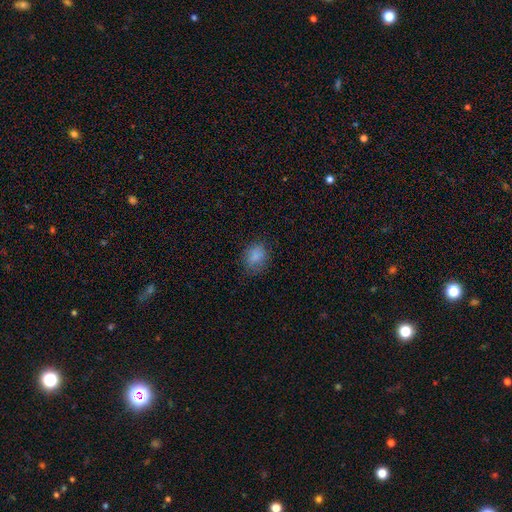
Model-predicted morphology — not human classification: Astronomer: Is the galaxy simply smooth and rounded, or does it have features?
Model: smooth — 82%.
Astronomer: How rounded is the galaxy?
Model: in between — 56% (runner-up: round, 43%).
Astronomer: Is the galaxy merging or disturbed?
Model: none — 74%.